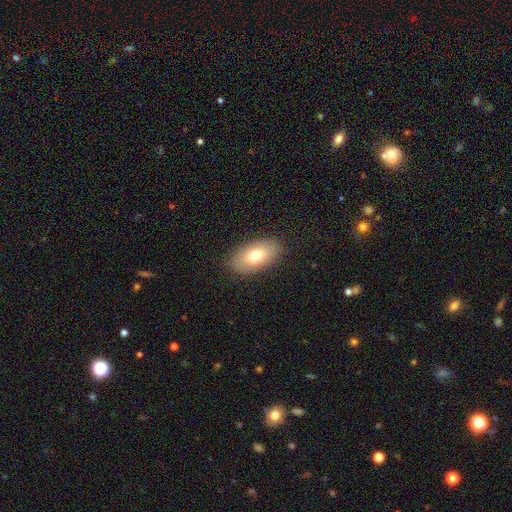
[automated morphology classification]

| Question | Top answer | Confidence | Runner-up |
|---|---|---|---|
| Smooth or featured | smooth | 71% | featured or disk (21%) |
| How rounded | in between | 92% | round (5%) |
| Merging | none | 86% | minor disturbance (10%) |